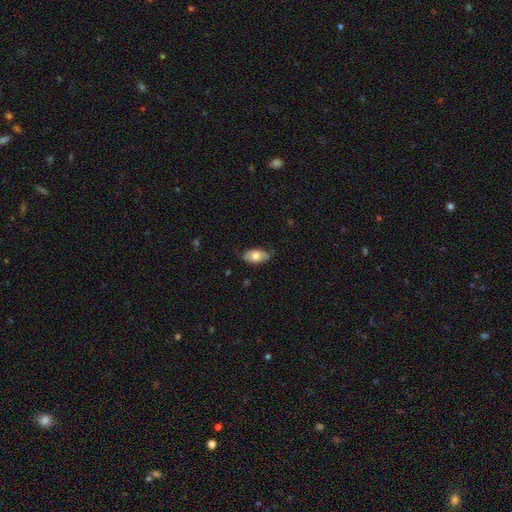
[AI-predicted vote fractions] Smooth or featured: smooth — 71% (featured or disk — 22%)
How rounded: in between — 93% (round — 3%)
Merging: none — 74% (minor disturbance — 21%)